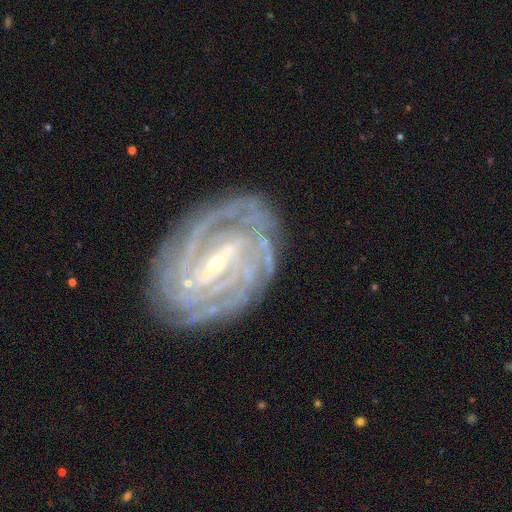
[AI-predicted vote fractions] Morphology: type=featured or disk (88%); edge-on=no (96%); bar=strong (60%); spiral arms=yes (96%); winding=tight (76%); arm count=can't tell (27%); bulge=small (69%); merging=none (80%).